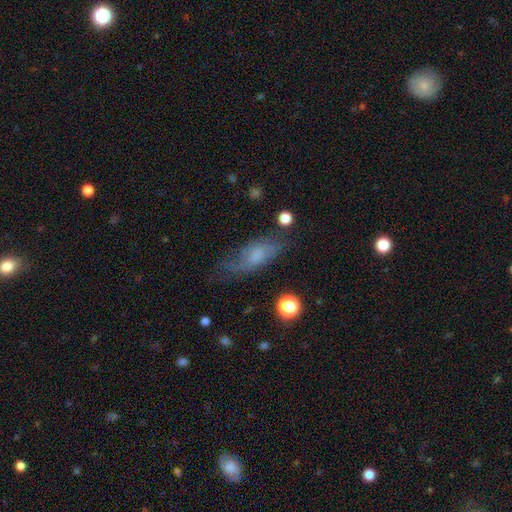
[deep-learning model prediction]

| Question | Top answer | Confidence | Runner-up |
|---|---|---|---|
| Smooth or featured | smooth | 49% | featured or disk (39%) |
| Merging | none | 57% | minor disturbance (27%) |